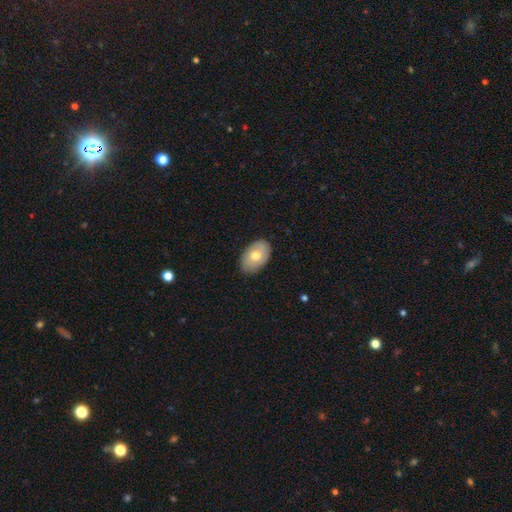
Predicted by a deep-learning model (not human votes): A smooth galaxy with no disk features (70%) that is in between round and cigar-shaped (90%). Merging: none (86%).